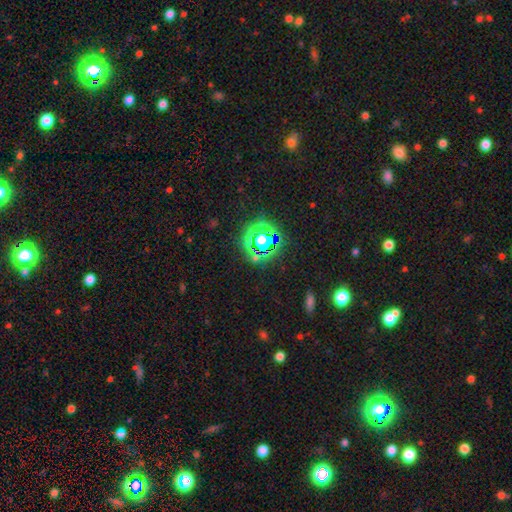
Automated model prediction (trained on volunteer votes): A star or artifact, not a galaxy (71%).

Vote fractions:
- Smooth or featured? star or artifact: 71% / smooth: 21% / featured or disk: 8%